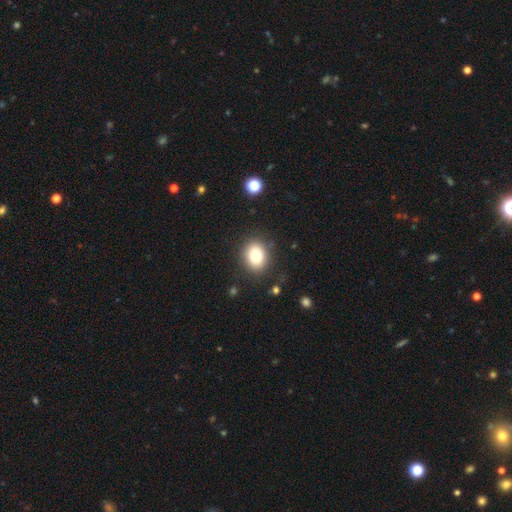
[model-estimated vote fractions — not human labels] Smooth or featured? smooth (80%)
How rounded? round (52%)
Merging? none (85%)